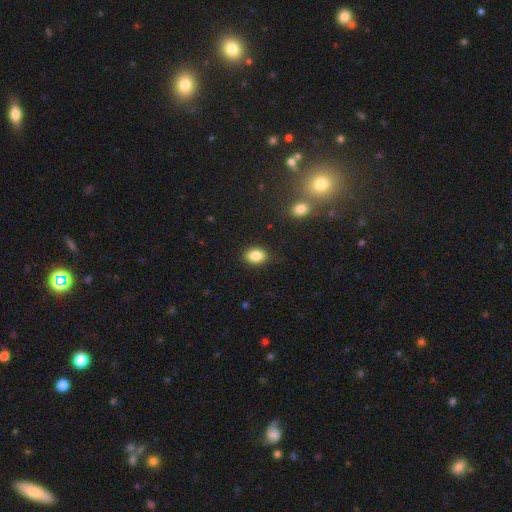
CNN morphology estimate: Smooth or featured: smooth — 86% (star or artifact — 9%)
How rounded: in between — 79% (round — 19%)
Merging: none — 86% (minor disturbance — 10%)